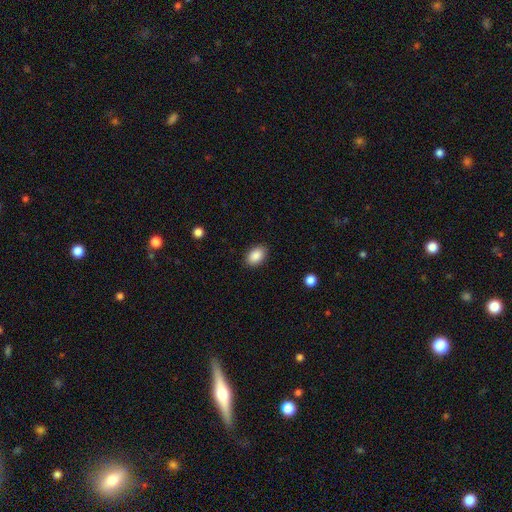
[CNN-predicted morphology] type=smooth (89%); roundness=in between (85%); merging=none (88%).